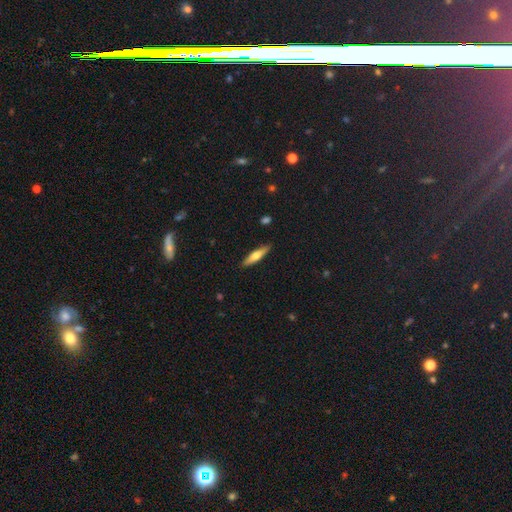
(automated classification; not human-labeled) A smooth galaxy with no disk features (54%) that is cigar-shaped (79%).

Vote fractions:
- Smooth or featured? smooth: 54% / featured or disk: 40% / star or artifact: 6%
- How rounded? cigar-shaped: 79% / in between: 19% / round: 2%
- Merging? none: 89% / minor disturbance: 8% / major disturbance: 2% / merger: 1%